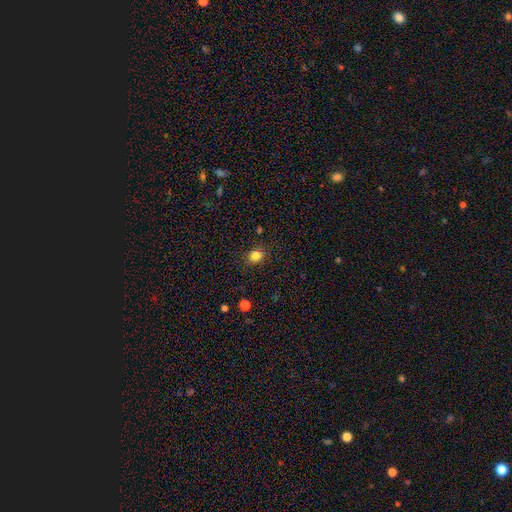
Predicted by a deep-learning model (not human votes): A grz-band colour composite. It shows a smooth galaxy with no disk features (75%) that is round (55%). Merging: none (76%).